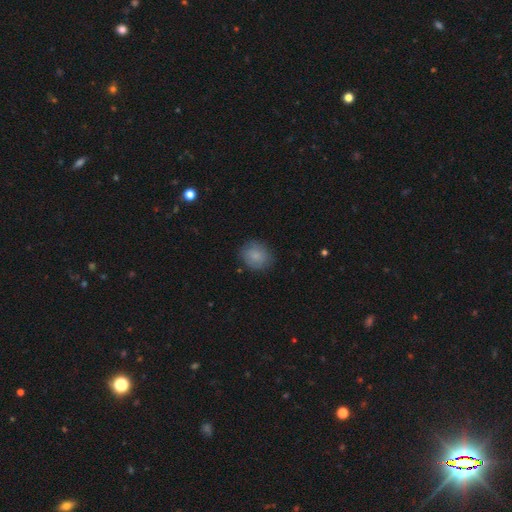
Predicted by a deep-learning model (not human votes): Smooth or featured: smooth — 83% (featured or disk — 10%)
How rounded: round — 69% (in between — 30%)
Merging: none — 81% (minor disturbance — 14%)